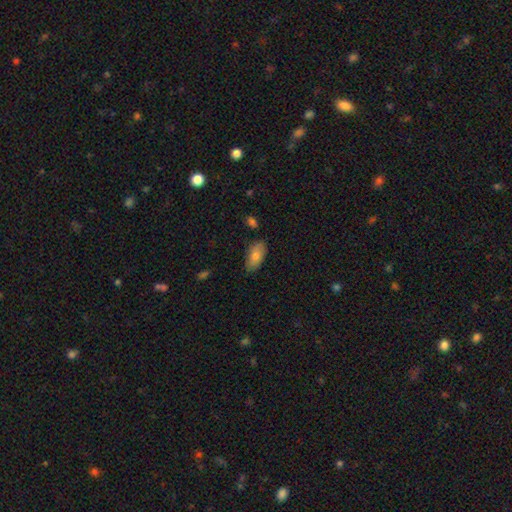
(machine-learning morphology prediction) A smooth galaxy with no disk features (76%) that is in between round and cigar-shaped (92%). Merging: none (81%).